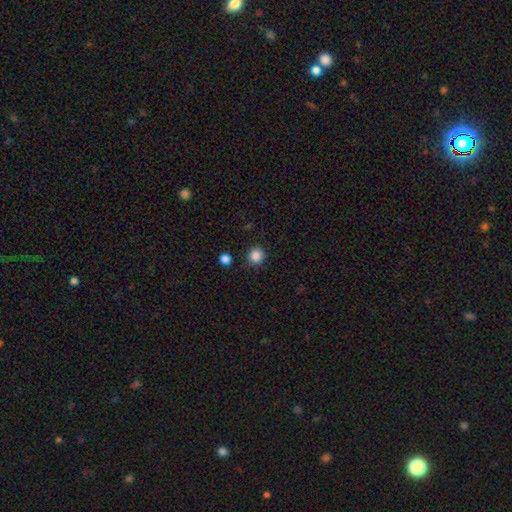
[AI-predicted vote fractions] Smooth or featured?
  - smooth: 86% *
  - star or artifact: 11%
  - featured or disk: 3%
How rounded?
  - round: 90% *
  - in between: 9%
  - cigar-shaped: 1%
Merging?
  - none: 89% *
  - minor disturbance: 7%
  - major disturbance: 2%
  - merger: 2%